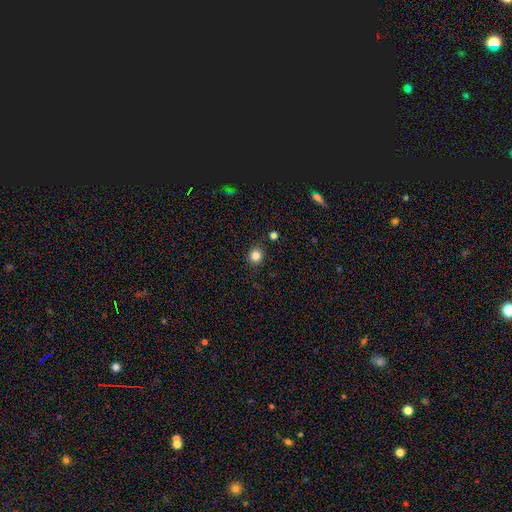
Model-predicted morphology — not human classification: smooth 83%, star or artifact 12%, featured or disk 5%. Down the decision tree: how rounded — round (85%); merging — none (87%).